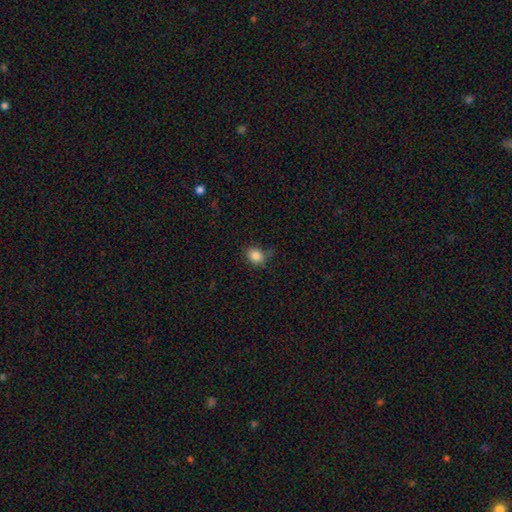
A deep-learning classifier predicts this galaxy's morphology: Overall: smooth (85%). How rounded: in between (53%; round 46%). Merging: none (73%).